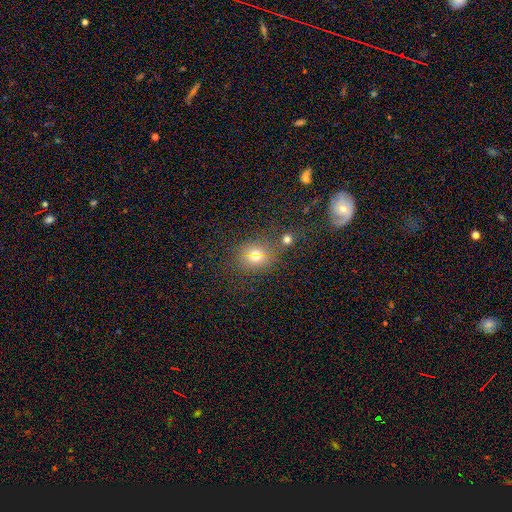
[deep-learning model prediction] Q: Smooth or featured?
A: smooth (59%); runner-up: star or artifact (29%)
Q: How rounded?
A: round (63%); runner-up: in between (34%)
Q: Merging?
A: none (70%); runner-up: merger (14%)